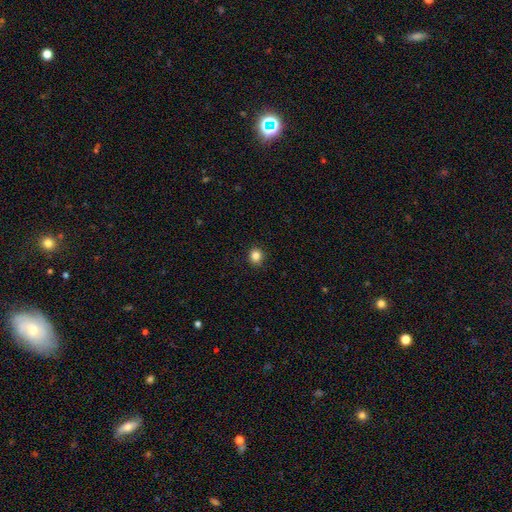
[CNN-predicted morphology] Q: Smooth or featured?
A: smooth (84%); runner-up: star or artifact (12%)
Q: How rounded?
A: round (87%); runner-up: in between (12%)
Q: Merging?
A: none (91%); runner-up: minor disturbance (6%)